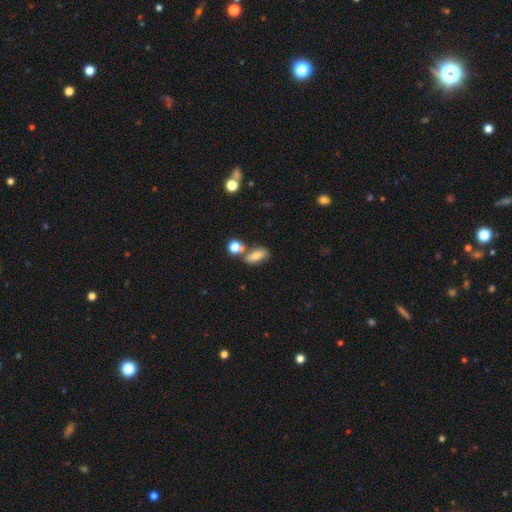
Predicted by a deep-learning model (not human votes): smooth_or_featured: smooth (p=0.73) [alt: featured or disk p=0.16]
how_rounded: in between (p=0.76) [alt: cigar-shaped p=0.14]
merging: none (p=0.61) [alt: merger p=0.22]